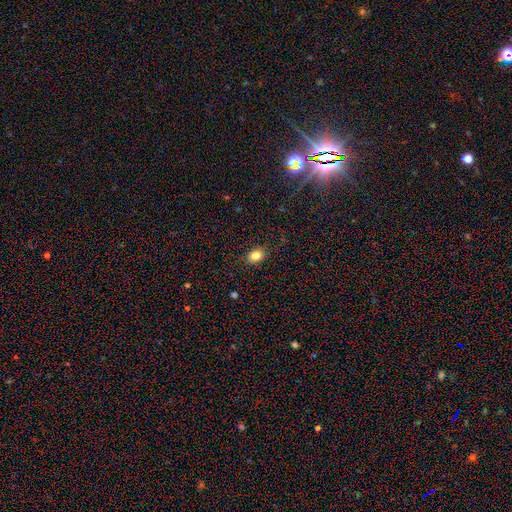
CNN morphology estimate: smooth-or-featured: smooth: 82% | star or artifact: 11% | featured or disk: 7%
  how-rounded: in between: 57% | round: 42% | cigar-shaped: 1%
  merging: none: 87% | minor disturbance: 10% | major disturbance: 3% | merger: 1%